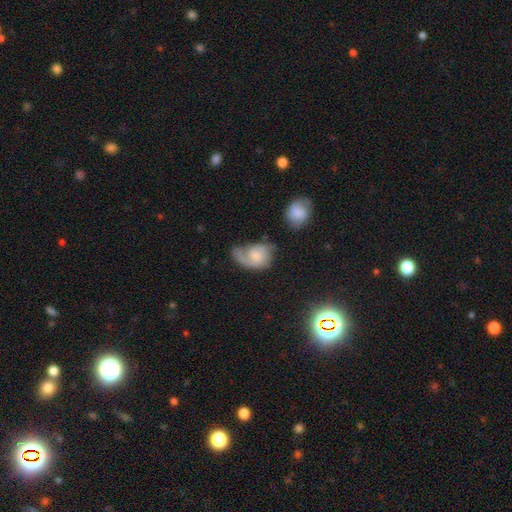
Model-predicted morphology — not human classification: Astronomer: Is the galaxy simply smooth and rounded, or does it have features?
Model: featured or disk — 55% (runner-up: smooth, 38%).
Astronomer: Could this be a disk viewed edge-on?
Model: no — 97%.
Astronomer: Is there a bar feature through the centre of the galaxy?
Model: no — 68%.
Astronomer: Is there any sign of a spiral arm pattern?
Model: yes — 85%.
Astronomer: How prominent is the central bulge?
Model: small — 41% (runner-up: moderate, 36%).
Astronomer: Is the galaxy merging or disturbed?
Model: none — 35% (runner-up: major disturbance, 29%).